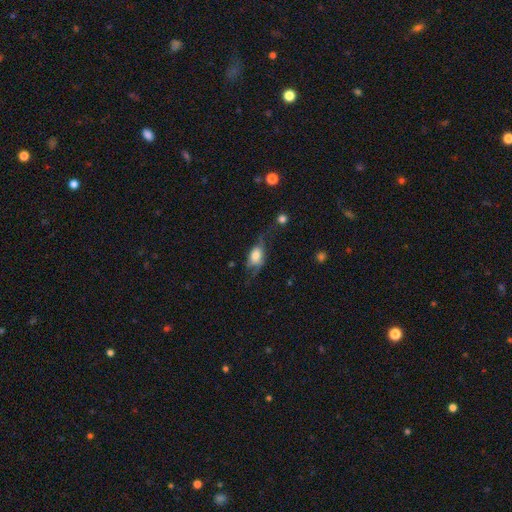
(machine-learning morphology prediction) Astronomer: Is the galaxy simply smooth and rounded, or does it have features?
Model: smooth — 58%.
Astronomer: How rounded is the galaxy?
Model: in between — 79%.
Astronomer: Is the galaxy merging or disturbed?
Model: none — 33% (runner-up: major disturbance, 32%).